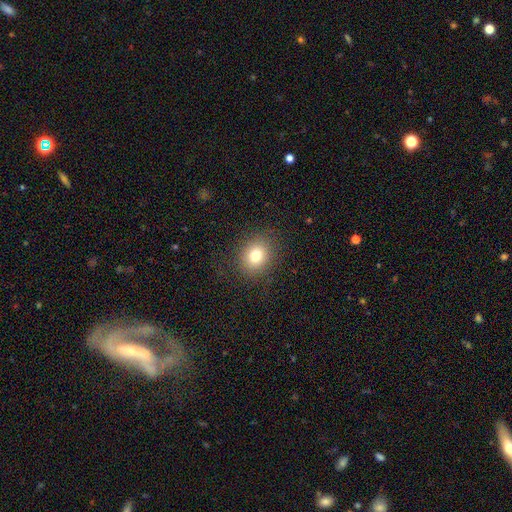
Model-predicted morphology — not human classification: Smooth or featured? smooth (78%)
How rounded? round (62%)
Merging? none (87%)